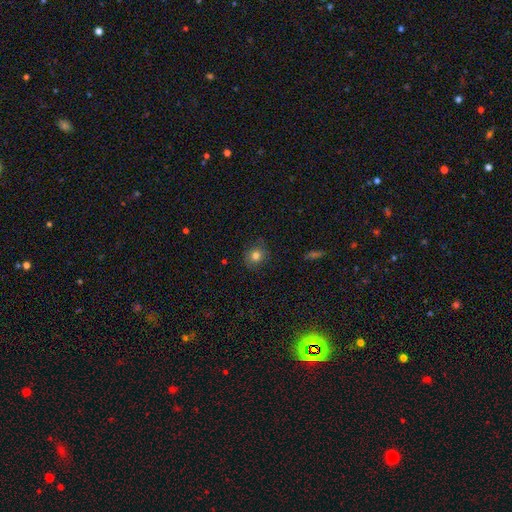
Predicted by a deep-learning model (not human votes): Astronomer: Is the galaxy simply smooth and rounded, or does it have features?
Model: smooth — 81%.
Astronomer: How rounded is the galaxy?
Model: round — 80%.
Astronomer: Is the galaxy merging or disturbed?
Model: none — 82%.